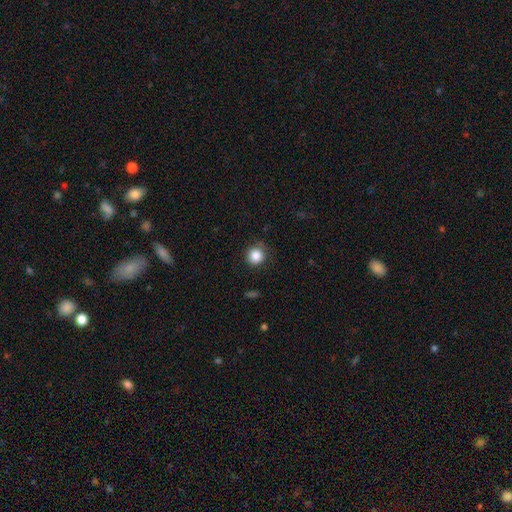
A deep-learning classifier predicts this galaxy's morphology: smooth_or_featured: smooth (p=0.85) [alt: star or artifact p=0.11]
how_rounded: round (p=0.93) [alt: in between p=0.06]
merging: none (p=0.85) [alt: minor disturbance p=0.11]